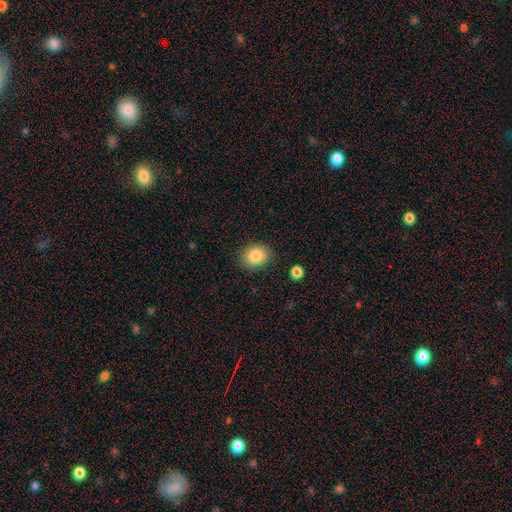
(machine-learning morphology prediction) This appears to be a smooth galaxy with no disk features (85%) that is round (51%). Merging: none (85%).